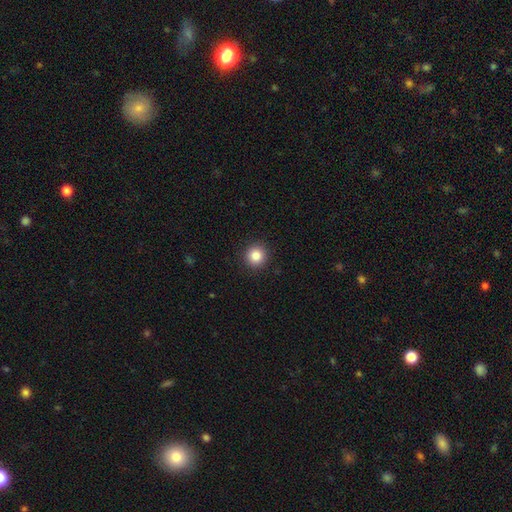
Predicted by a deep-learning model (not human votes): smooth-or-featured: smooth: 85% | star or artifact: 10% | featured or disk: 5%
  how-rounded: round: 94% | in between: 5% | cigar-shaped: 1%
  merging: none: 92% | minor disturbance: 5% | major disturbance: 2% | merger: 1%